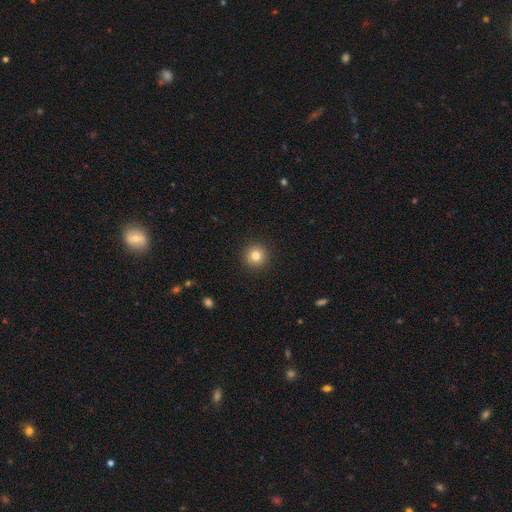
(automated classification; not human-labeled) This is clearly a smooth galaxy (81%). How rounded: clearly round (95%). Merging: clearly none (92%).